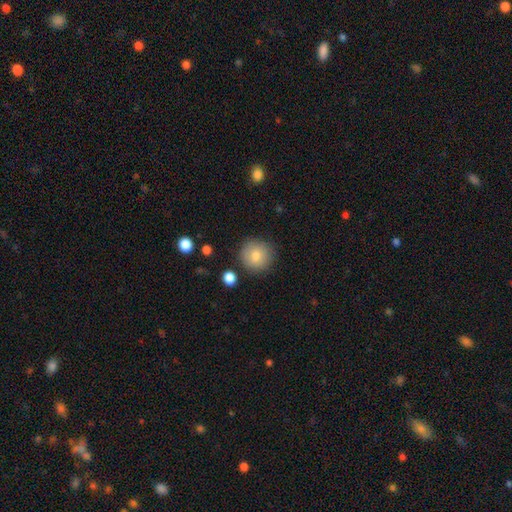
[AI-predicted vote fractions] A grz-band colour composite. It shows a smooth galaxy with no disk features (80%) that is round (93%). Merging: none (87%).